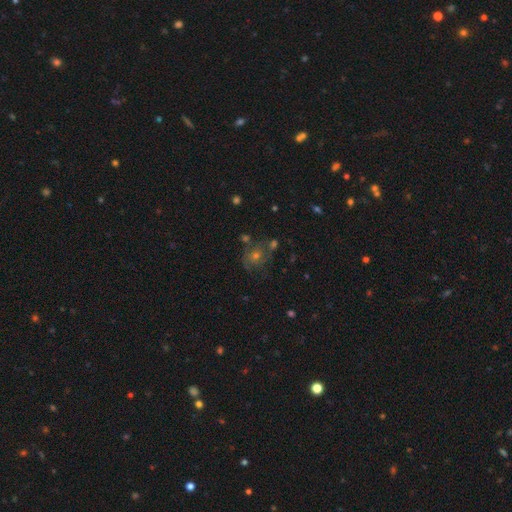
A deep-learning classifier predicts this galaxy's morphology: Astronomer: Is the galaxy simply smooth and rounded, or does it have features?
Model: featured or disk — 39% (runner-up: smooth, 32%).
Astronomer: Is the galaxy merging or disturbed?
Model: none — 67%.